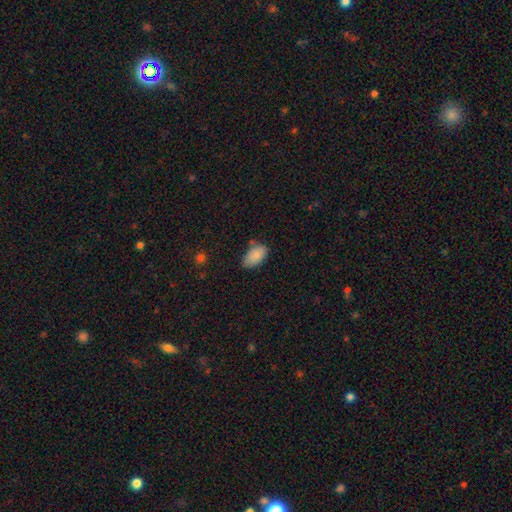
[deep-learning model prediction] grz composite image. It shows a smooth galaxy with no disk features (87%) that is in between round and cigar-shaped (94%). Merging: none (65%).